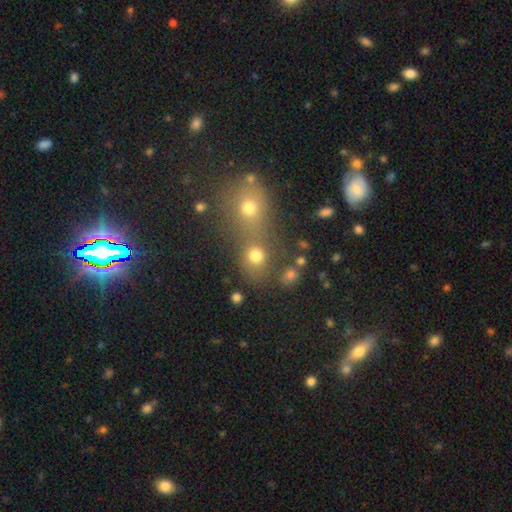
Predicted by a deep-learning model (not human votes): smooth-or-featured: smooth: 74% | star or artifact: 17% | featured or disk: 9%
  how-rounded: round: 74% | in between: 24% | cigar-shaped: 1%
  merging: merger: 46% | none: 41% | minor disturbance: 7% | major disturbance: 5%